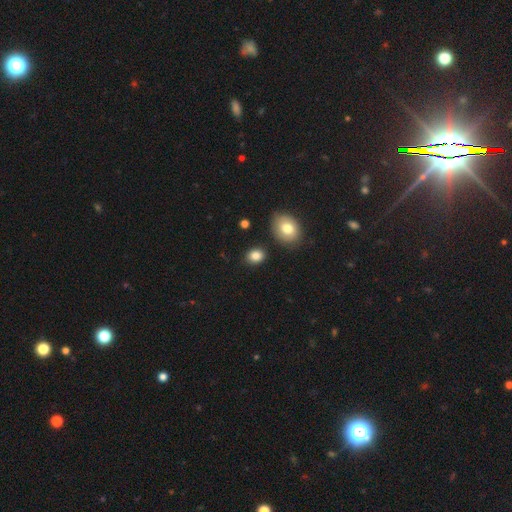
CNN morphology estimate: This is clearly a smooth galaxy (84%). How rounded: possibly in between (55%). Merging: clearly none (85%).